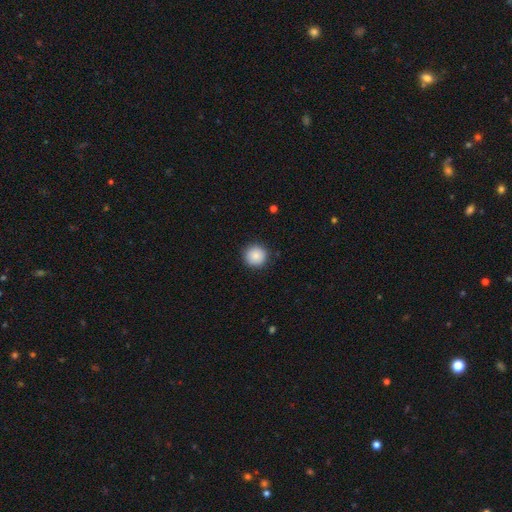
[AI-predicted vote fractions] A smooth galaxy with no disk features (88%) that is round (95%). Merging: none (90%).